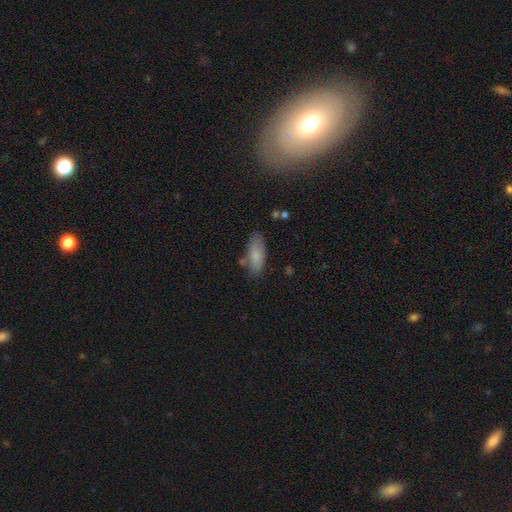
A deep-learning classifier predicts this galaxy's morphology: Smooth or featured: smooth — 83% (featured or disk — 11%)
How rounded: in between — 80% (cigar-shaped — 18%)
Merging: none — 74% (minor disturbance — 17%)